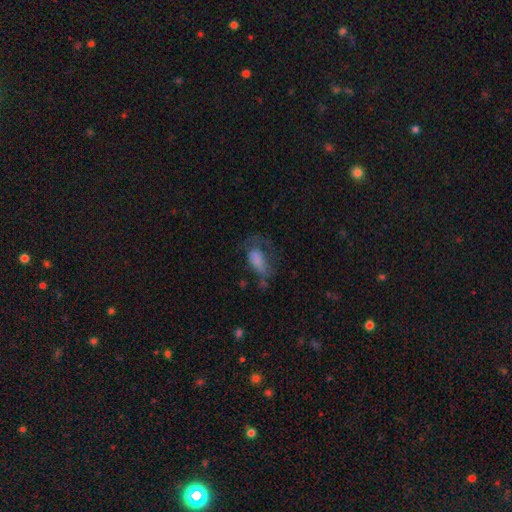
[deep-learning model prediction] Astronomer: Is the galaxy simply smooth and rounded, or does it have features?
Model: smooth — 59%.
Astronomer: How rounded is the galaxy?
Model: in between — 87%.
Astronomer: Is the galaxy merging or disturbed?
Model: major disturbance — 43% (runner-up: none, 31%).